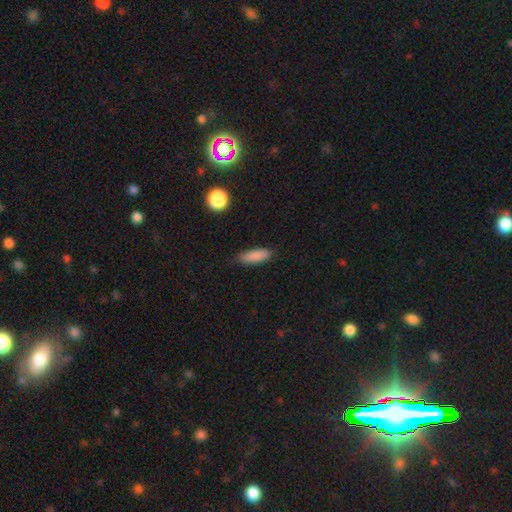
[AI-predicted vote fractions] Smooth or featured: smooth — 86% (star or artifact — 8%)
How rounded: in between — 50% (cigar-shaped — 47%)
Merging: none — 82% (minor disturbance — 14%)